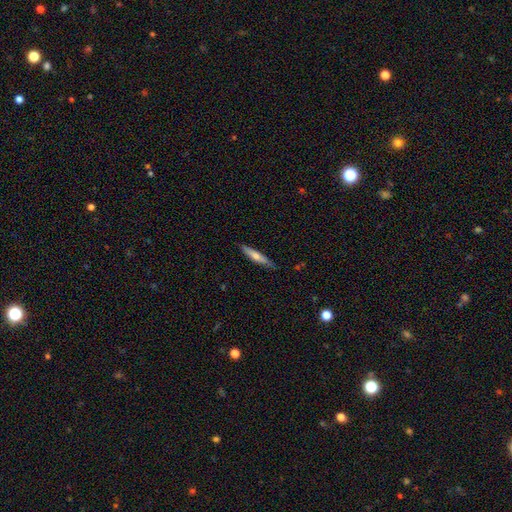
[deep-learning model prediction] This is possibly a smooth galaxy (47%, tied with featured or disk). Merging: clearly none (85%).